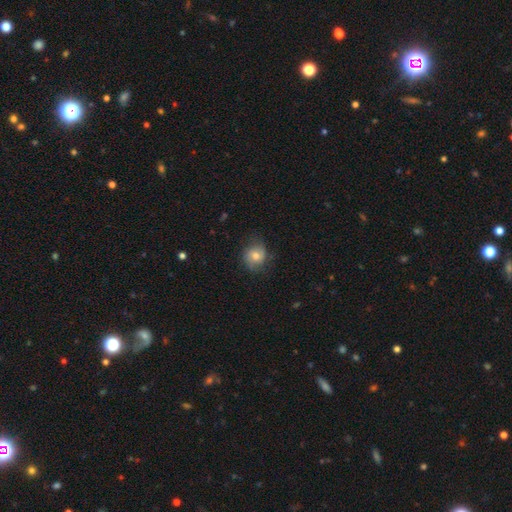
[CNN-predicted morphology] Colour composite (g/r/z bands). It shows a smooth galaxy with no disk features (62%) that is round (78%). Merging: none (69%).